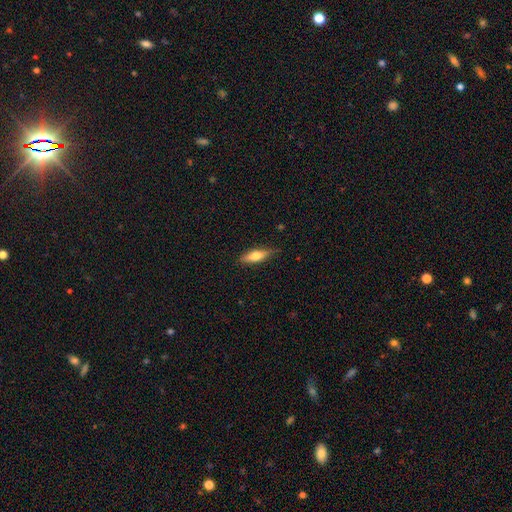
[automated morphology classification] smooth-or-featured: smooth: 65% | featured or disk: 29% | star or artifact: 6%
  how-rounded: cigar-shaped: 50% | in between: 48% | round: 2%
  merging: none: 80% | minor disturbance: 16% | major disturbance: 3% | merger: 1%